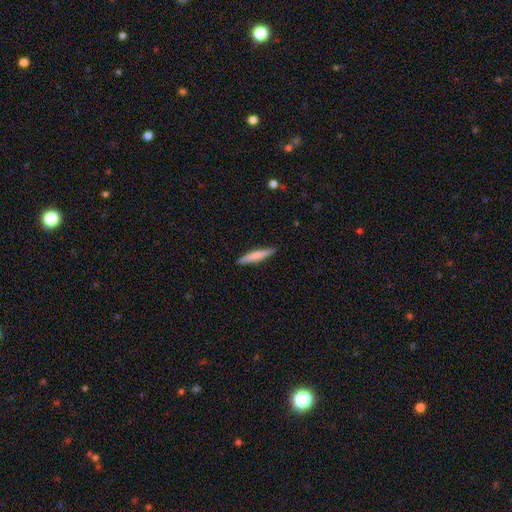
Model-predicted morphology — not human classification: Smooth or featured: smooth — 63% (featured or disk — 31%)
How rounded: cigar-shaped — 93% (in between — 6%)
Merging: none — 91% (minor disturbance — 7%)